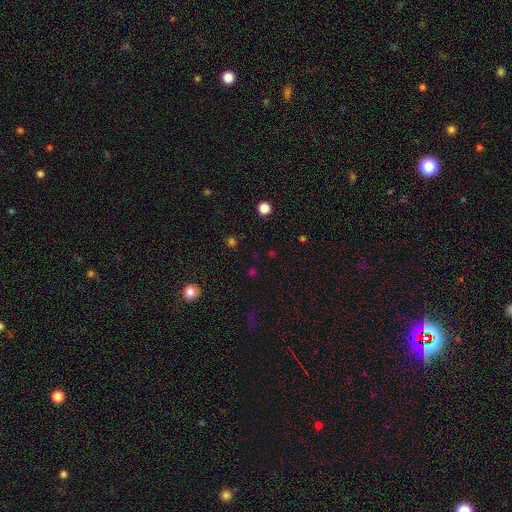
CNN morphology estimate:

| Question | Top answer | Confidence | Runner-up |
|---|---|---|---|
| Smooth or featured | smooth | 48% | star or artifact (46%) |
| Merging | none | 85% | minor disturbance (7%) |